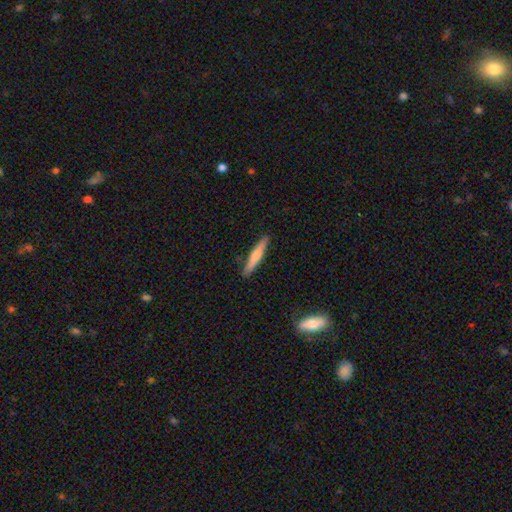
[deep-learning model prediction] This appears to be a smooth galaxy with no disk features (60%) that is cigar-shaped (93%). Merging: none (89%).